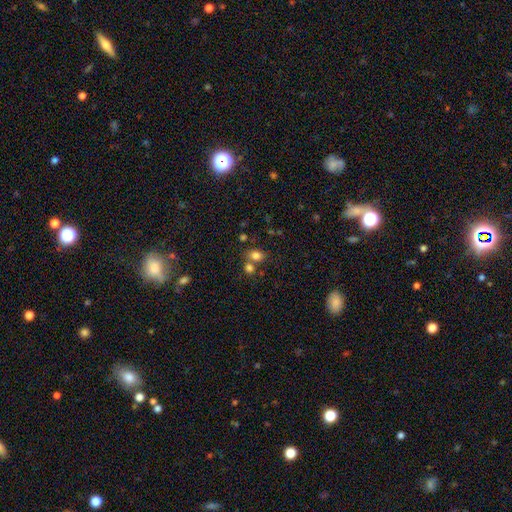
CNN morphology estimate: Smooth or featured? Predicted: smooth (p=0.79). How rounded? Predicted: in between (p=0.64). Merging? Predicted: none (p=0.54).